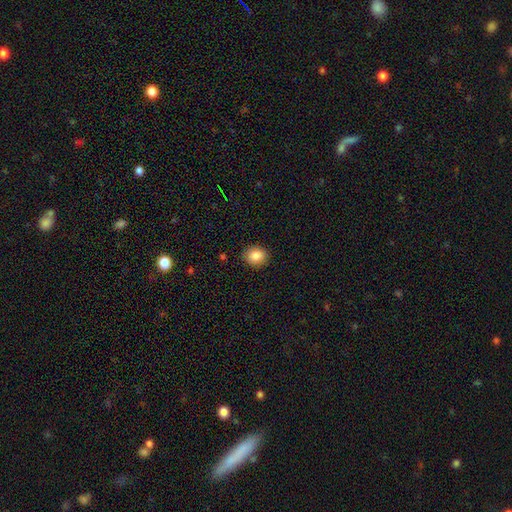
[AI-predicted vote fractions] smooth-or-featured: smooth: 86% | star or artifact: 9% | featured or disk: 5%
  how-rounded: round: 63% | in between: 36% | cigar-shaped: 1%
  merging: none: 89% | minor disturbance: 8% | major disturbance: 2% | merger: 1%